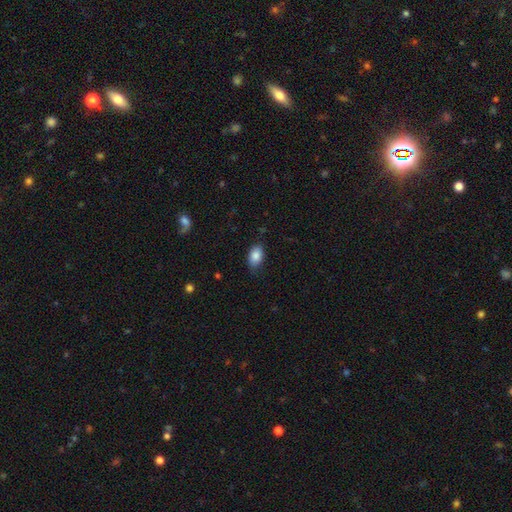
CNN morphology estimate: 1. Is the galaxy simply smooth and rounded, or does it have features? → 87% smooth, 8% star or artifact, 6% featured or disk.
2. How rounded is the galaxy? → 89% in between, 9% round, 1% cigar-shaped.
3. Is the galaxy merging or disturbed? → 79% none, 17% minor disturbance, 3% major disturbance, 1% merger.